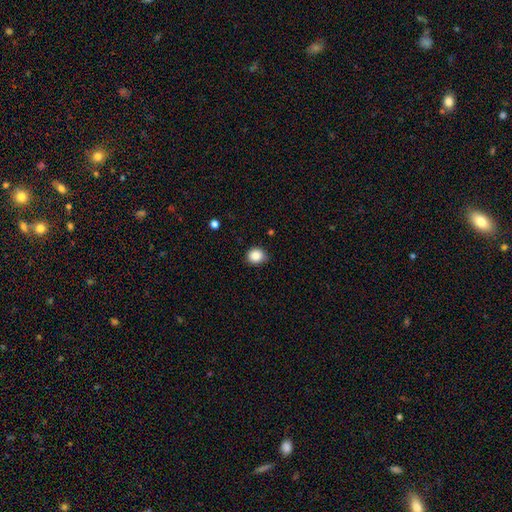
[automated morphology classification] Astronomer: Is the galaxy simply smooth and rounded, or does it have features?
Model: smooth — 86%.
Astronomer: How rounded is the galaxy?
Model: round — 83%.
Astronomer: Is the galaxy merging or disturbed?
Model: none — 81%.